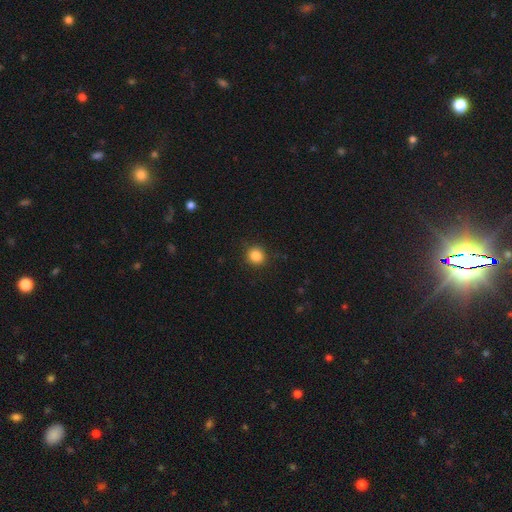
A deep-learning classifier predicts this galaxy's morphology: Smooth or featured? smooth (86%)
How rounded? round (89%)
Merging? none (88%)